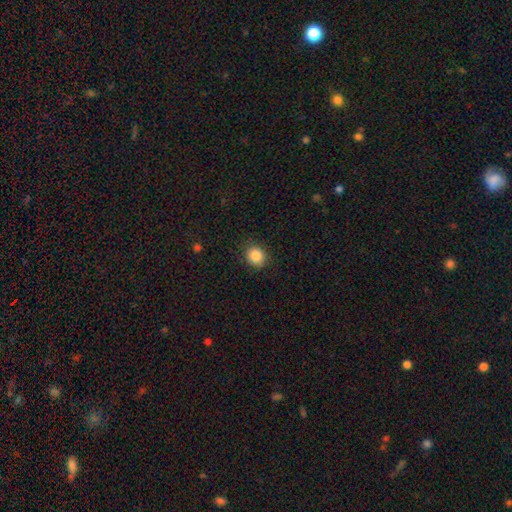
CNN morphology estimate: A smooth galaxy with no disk features (87%) that is round (72%).

Vote fractions:
- Smooth or featured? smooth: 87% / star or artifact: 9% / featured or disk: 4%
- How rounded? round: 72% / in between: 27% / cigar-shaped: 1%
- Merging? none: 86% / minor disturbance: 11% / major disturbance: 3% / merger: 1%